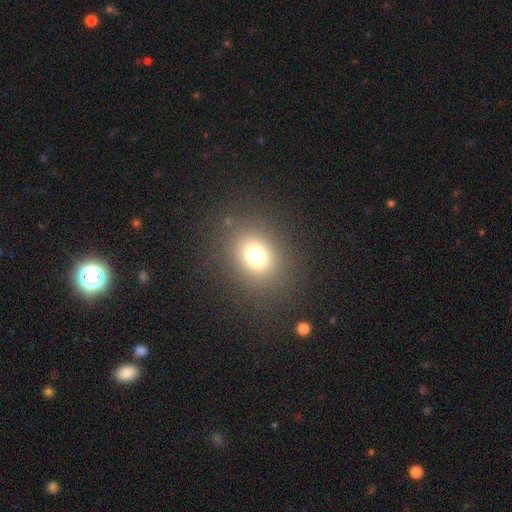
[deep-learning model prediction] This is likely a smooth galaxy (72%). How rounded: likely round (61%). Merging: clearly none (86%).